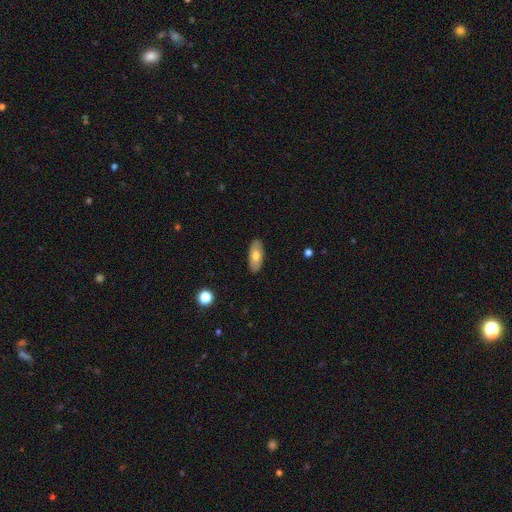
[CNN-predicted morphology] smooth-or-featured: smooth: 68% | featured or disk: 25% | star or artifact: 6%
  how-rounded: in between: 86% | cigar-shaped: 11% | round: 3%
  merging: none: 88% | minor disturbance: 9% | major disturbance: 2% | merger: 1%